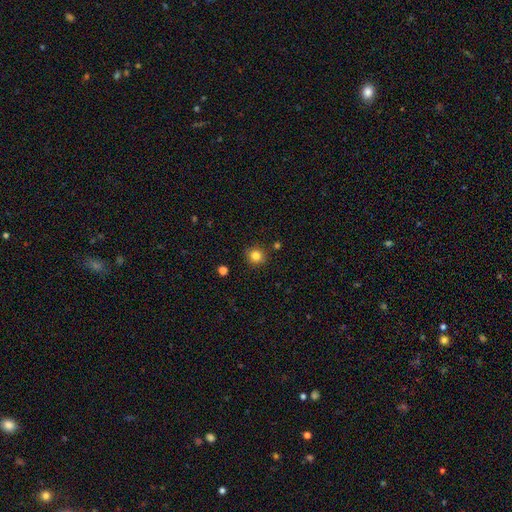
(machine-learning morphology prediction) The model was most divided on "smooth or featured": smooth: 82%, star or artifact: 12%, featured or disk: 6%. More confident: how rounded — round (92%); merging — none (89%).